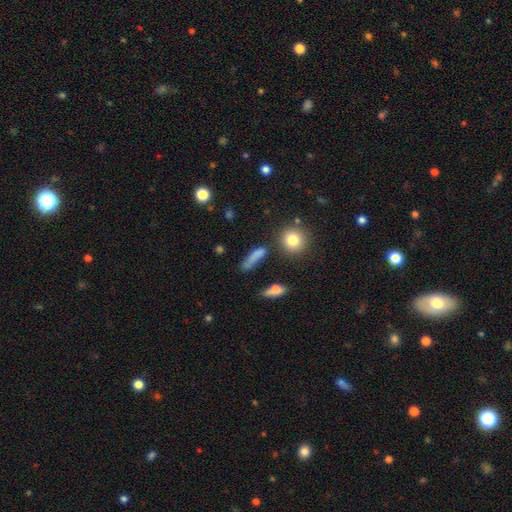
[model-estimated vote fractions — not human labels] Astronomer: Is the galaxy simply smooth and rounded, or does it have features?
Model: smooth — 75%.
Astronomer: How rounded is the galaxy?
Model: cigar-shaped — 54% (runner-up: in between, 36%).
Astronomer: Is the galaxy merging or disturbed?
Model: none — 58%.